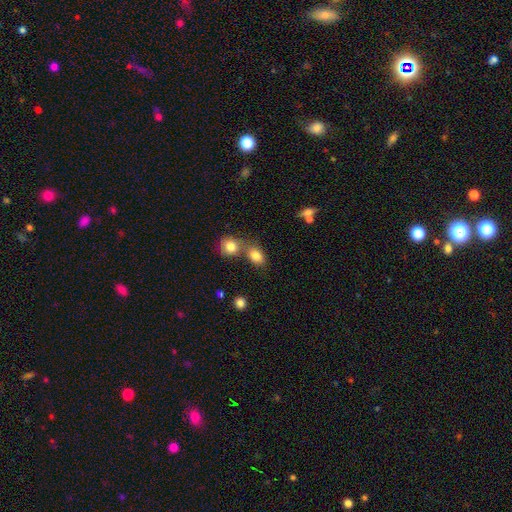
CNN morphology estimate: The model was most divided on "merging": none: 46%, merger: 41%, minor disturbance: 10%, major disturbance: 4%. More confident: smooth or featured — smooth (83%); how rounded — in between (66%).